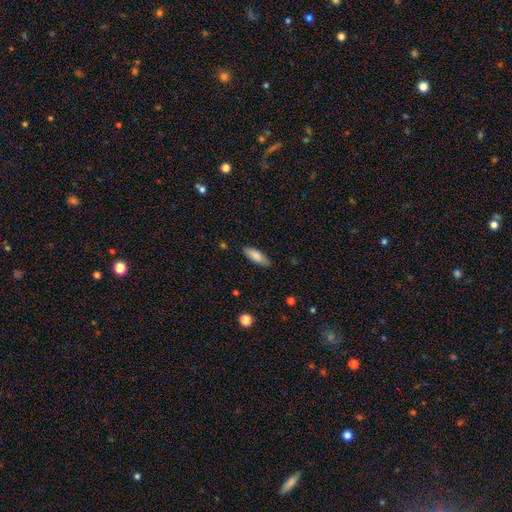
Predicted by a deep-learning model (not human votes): Overall: smooth (83%). How rounded: in between (61%; cigar-shaped 37%). Merging: none (83%).